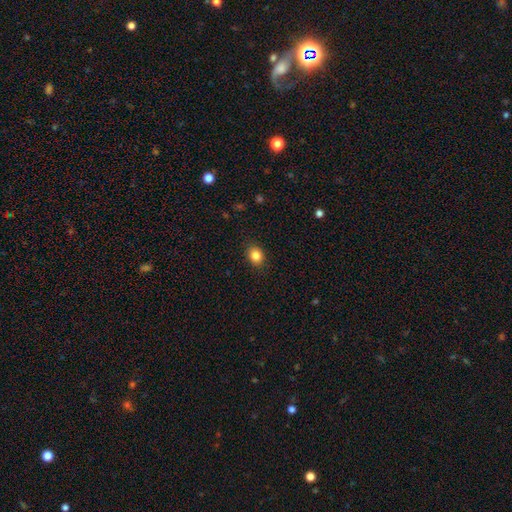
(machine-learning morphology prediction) type=smooth (84%); roundness=round (50%, tied with in between); merging=none (88%).